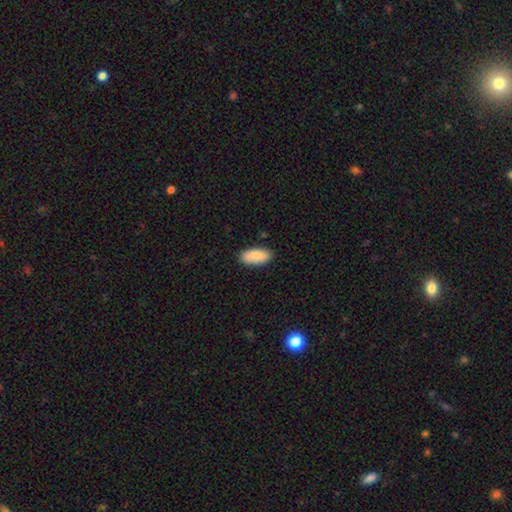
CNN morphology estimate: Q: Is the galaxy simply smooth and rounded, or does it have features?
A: smooth — 88%.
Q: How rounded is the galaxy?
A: in between — 91%.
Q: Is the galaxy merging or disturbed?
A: none — 88%.